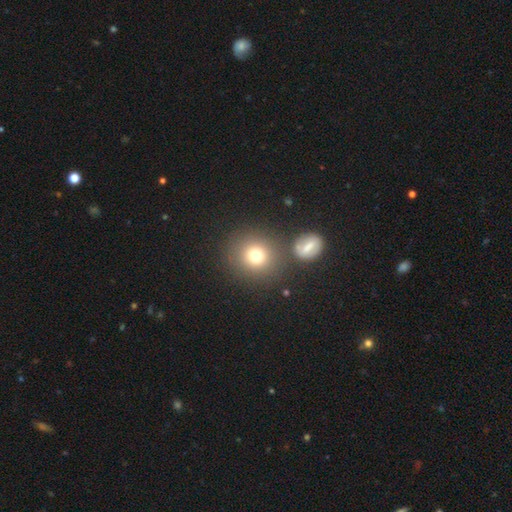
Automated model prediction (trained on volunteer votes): This appears to be a smooth galaxy with no disk features (76%) that is round (87%). Merging: none (76%).